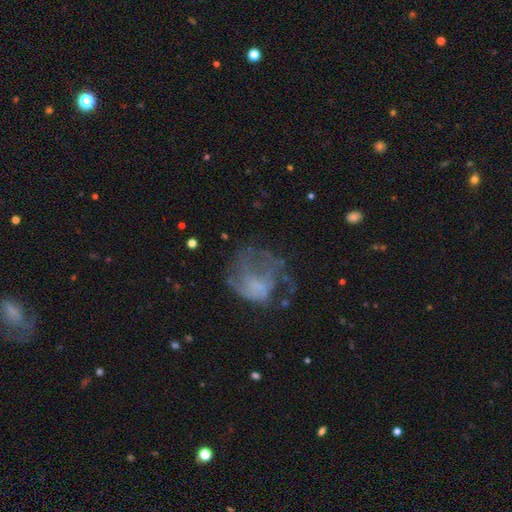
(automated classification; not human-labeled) Overall: featured or disk (54%; star or artifact 24%). Edge-on disk: no (97%). Bar: no (69%). Spiral arms: yes (69%; no 31%). Bulge size: small (33%; none 29%). Merging: none (56%; major disturbance 24%).